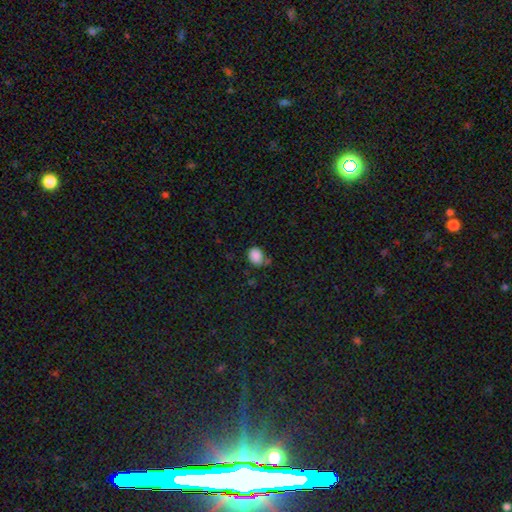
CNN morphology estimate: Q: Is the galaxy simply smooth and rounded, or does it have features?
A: smooth — 87%.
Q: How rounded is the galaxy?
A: in between — 55%.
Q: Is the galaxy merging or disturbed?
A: none — 59%.